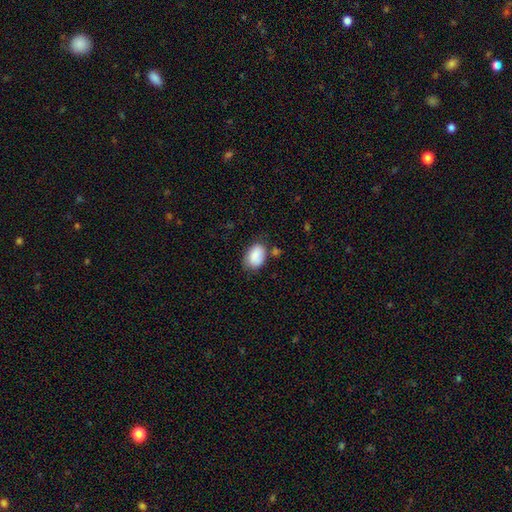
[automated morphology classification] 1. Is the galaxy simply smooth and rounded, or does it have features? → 86% smooth, 7% star or artifact, 7% featured or disk.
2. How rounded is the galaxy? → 84% in between, 15% round, 1% cigar-shaped.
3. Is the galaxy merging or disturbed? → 64% none, 23% minor disturbance, 7% merger, 6% major disturbance.